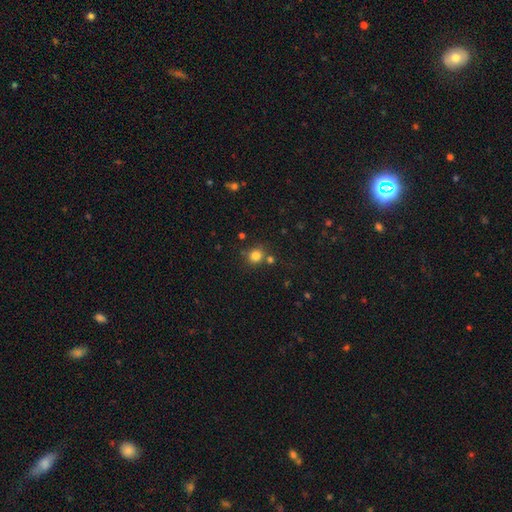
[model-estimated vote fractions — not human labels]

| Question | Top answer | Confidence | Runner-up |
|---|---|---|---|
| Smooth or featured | smooth | 81% | star or artifact (13%) |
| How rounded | round | 86% | in between (14%) |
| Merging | none | 72% | merger (15%) |